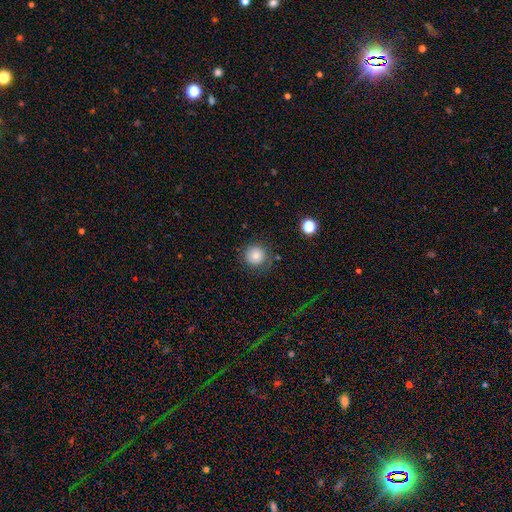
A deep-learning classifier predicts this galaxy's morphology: Smooth or featured: smooth — 79% (star or artifact — 11%)
How rounded: round — 94% (in between — 5%)
Merging: none — 79% (minor disturbance — 14%)